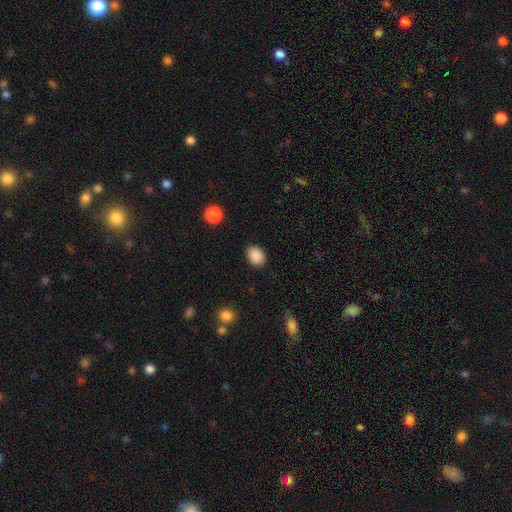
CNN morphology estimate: Smooth or featured: smooth — 89% (star or artifact — 8%)
How rounded: in between — 65% (round — 34%)
Merging: none — 87% (minor disturbance — 9%)